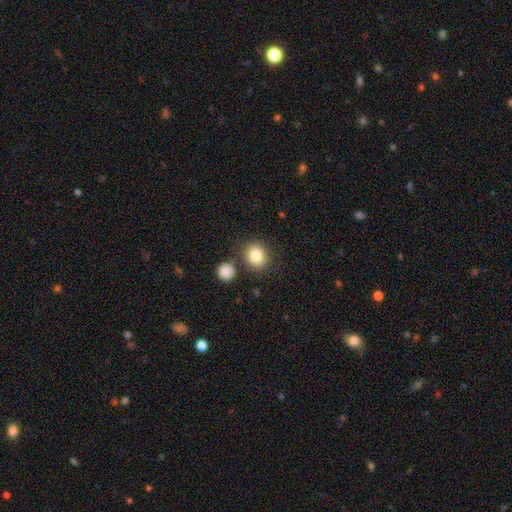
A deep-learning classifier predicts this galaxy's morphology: type=smooth (85%); roundness=round (70%); merging=none (77%).